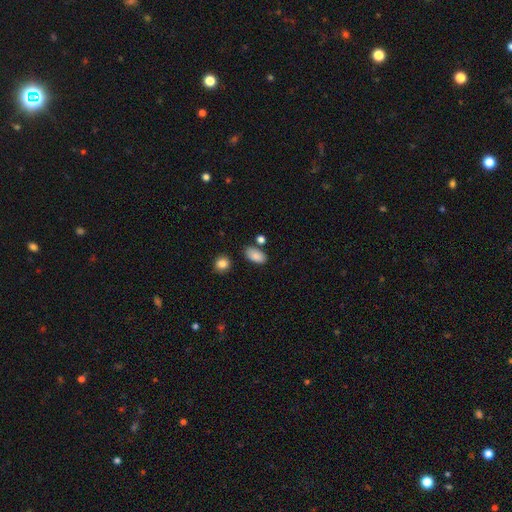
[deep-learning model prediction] Smooth or featured: smooth — 86% (star or artifact — 8%)
How rounded: in between — 92% (round — 5%)
Merging: none — 77% (minor disturbance — 13%)